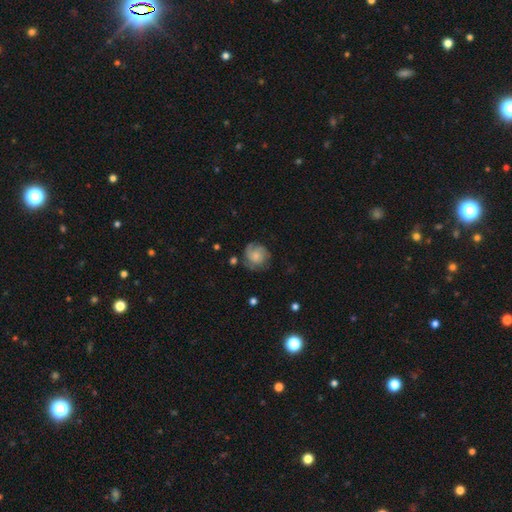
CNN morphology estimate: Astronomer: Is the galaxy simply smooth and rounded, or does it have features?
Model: featured or disk — 50% (runner-up: smooth, 42%).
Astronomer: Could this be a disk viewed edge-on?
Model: no — 98%.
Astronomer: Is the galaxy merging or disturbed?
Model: none — 64%.